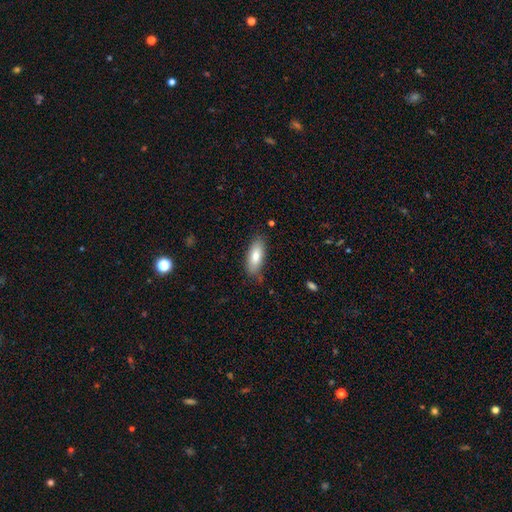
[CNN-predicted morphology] This appears to be a smooth galaxy with no disk features (77%) that is in between round and cigar-shaped (78%). Merging: none (77%).